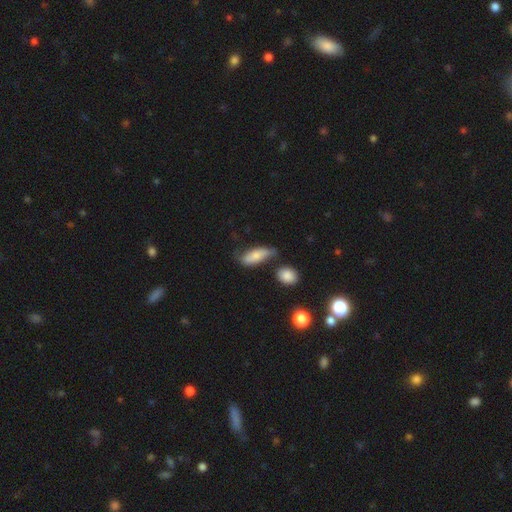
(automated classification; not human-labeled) Smooth or featured: smooth — 72% (featured or disk — 21%)
How rounded: in between — 74% (cigar-shaped — 23%)
Merging: none — 47% (minor disturbance — 30%)